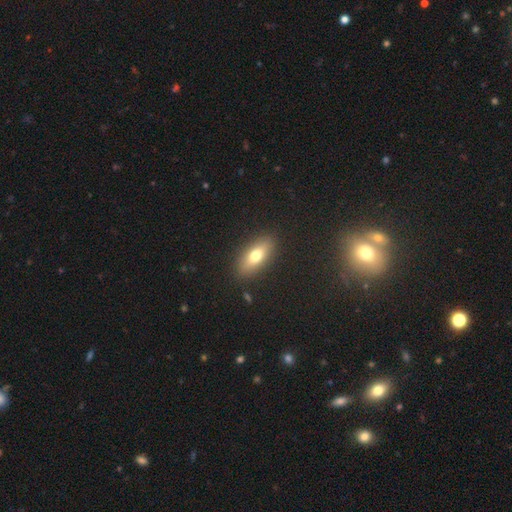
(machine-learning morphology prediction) Smooth or featured? Predicted: smooth (p=0.71). How rounded? Predicted: in between (p=0.78). Merging? Predicted: none (p=0.87).